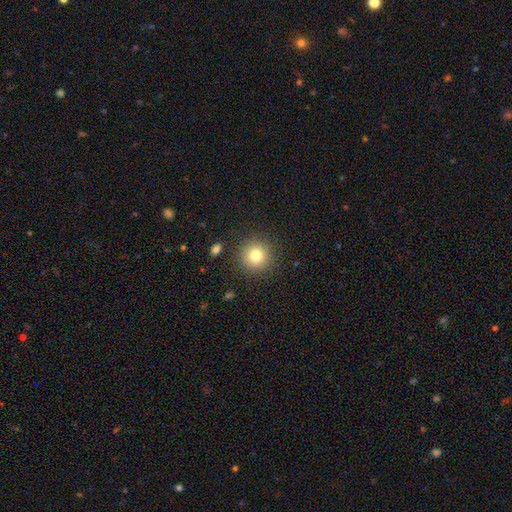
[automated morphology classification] This appears to be a smooth galaxy with no disk features (79%) that is round (94%). Merging: none (89%).